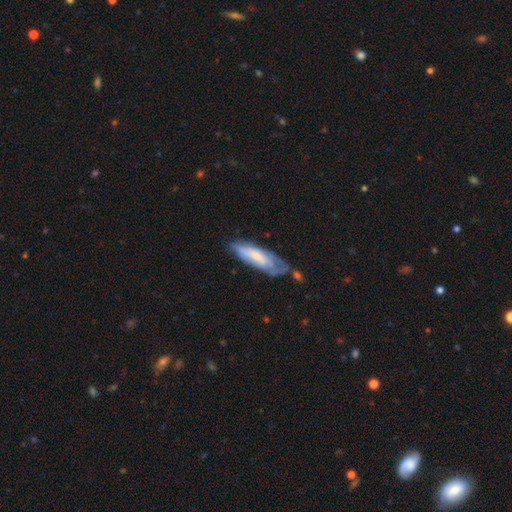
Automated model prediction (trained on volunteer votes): Overall: smooth (51%; featured or disk 42%). How rounded: cigar-shaped (50%; in between 49%). Merging: none (50%; minor disturbance 32%).